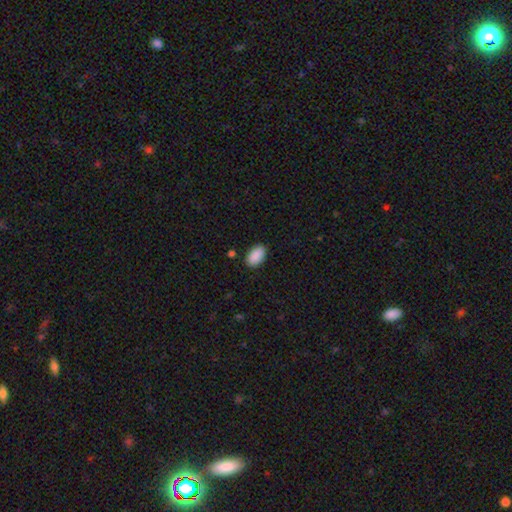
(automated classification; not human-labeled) Morphology: type=smooth (90%); roundness=in between (94%); merging=none (87%).